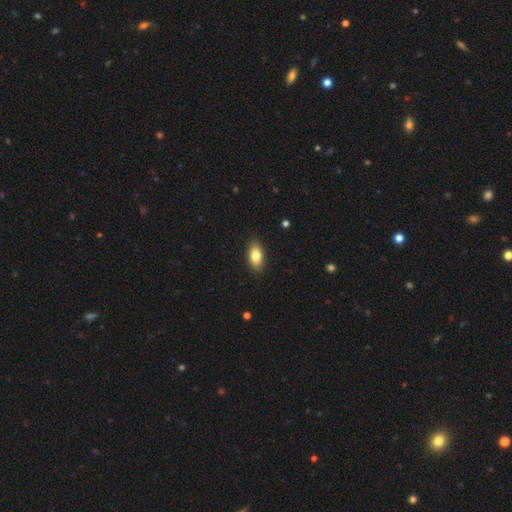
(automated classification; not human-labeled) smooth 81%, featured or disk 12%, star or artifact 7%. Down the decision tree: how rounded — in between (88%); merging — none (88%).